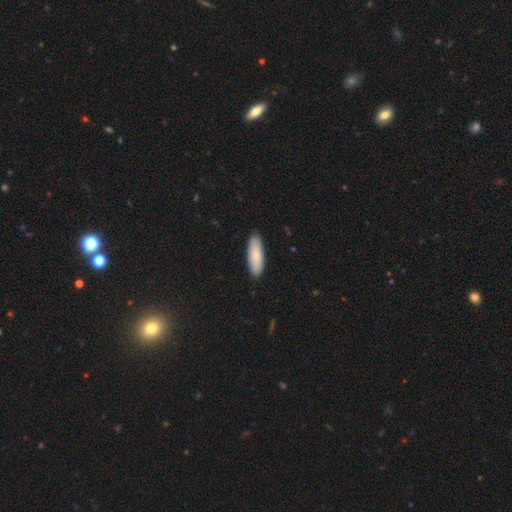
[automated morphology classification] type=smooth (81%); roundness=in between (60%); merging=none (89%).